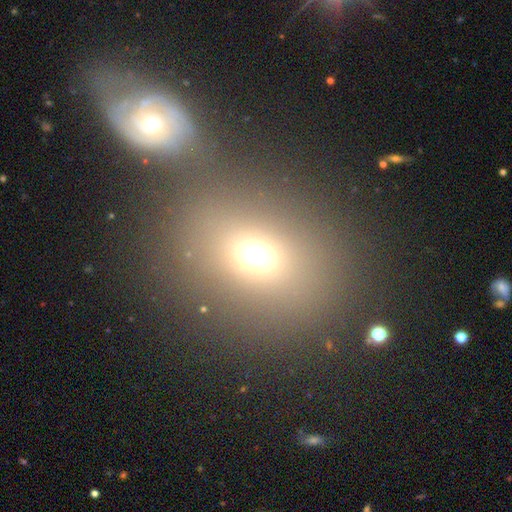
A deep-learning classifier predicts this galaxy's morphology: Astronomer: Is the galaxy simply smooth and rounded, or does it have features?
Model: smooth — 68%.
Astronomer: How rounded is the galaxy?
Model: in between — 56% (runner-up: round, 42%).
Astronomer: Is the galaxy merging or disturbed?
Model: none — 71%.